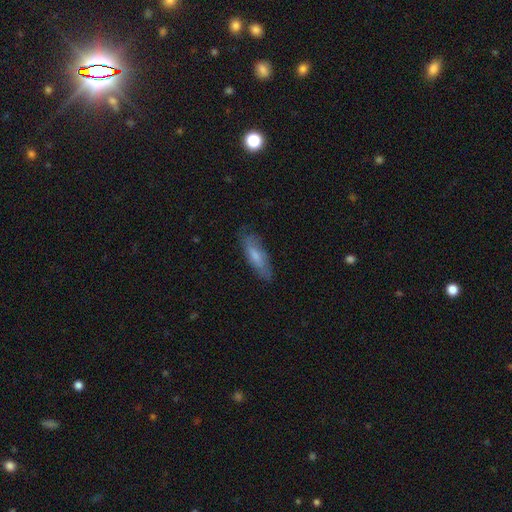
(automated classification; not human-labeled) A smooth galaxy with no disk features (65%) that is cigar-shaped (57%).

Vote fractions:
- Smooth or featured? smooth: 65% / featured or disk: 29% / star or artifact: 6%
- How rounded? cigar-shaped: 57% / in between: 41% / round: 2%
- Merging? none: 76% / minor disturbance: 19% / major disturbance: 4% / merger: 1%